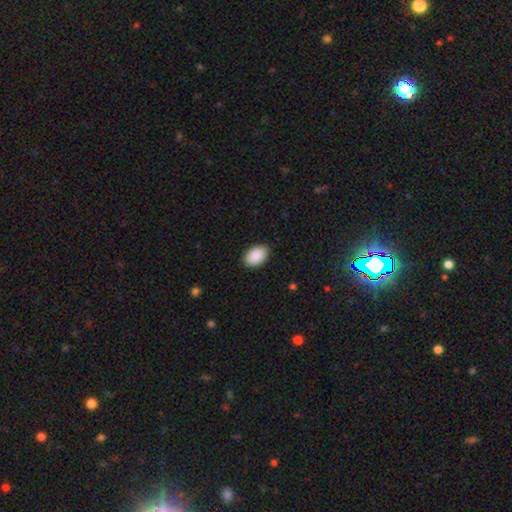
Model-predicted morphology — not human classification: smooth-or-featured: smooth: 91% | star or artifact: 6% | featured or disk: 3%
  how-rounded: in between: 90% | round: 9% | cigar-shaped: 1%
  merging: none: 88% | minor disturbance: 9% | major disturbance: 2% | merger: 1%